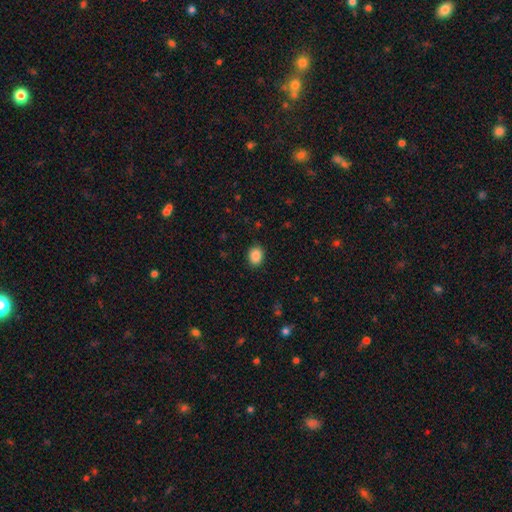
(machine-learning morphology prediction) This appears to be a smooth galaxy with no disk features (88%) that is in between round and cigar-shaped (55%). Merging: none (89%).